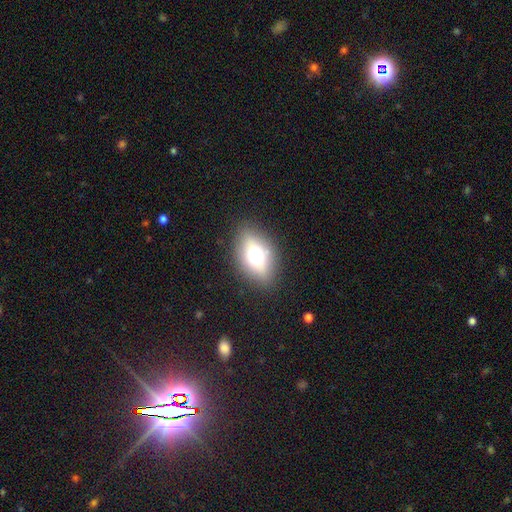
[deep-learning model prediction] Morphology: type=smooth (60%); roundness=in between (76%); merging=none (85%).